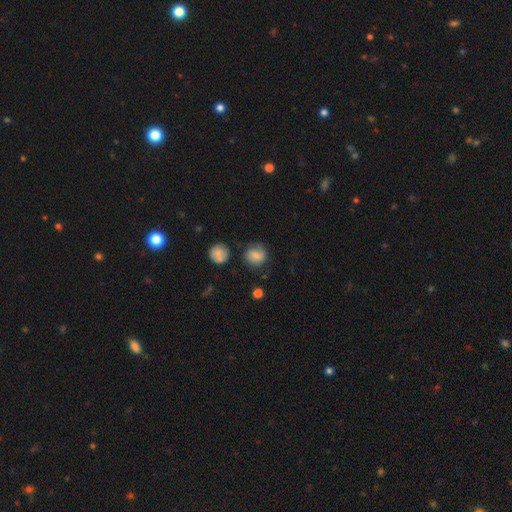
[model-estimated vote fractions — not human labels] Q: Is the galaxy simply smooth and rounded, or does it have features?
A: smooth — 71%.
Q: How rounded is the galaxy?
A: round — 80%.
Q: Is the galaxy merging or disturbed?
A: none — 72%.